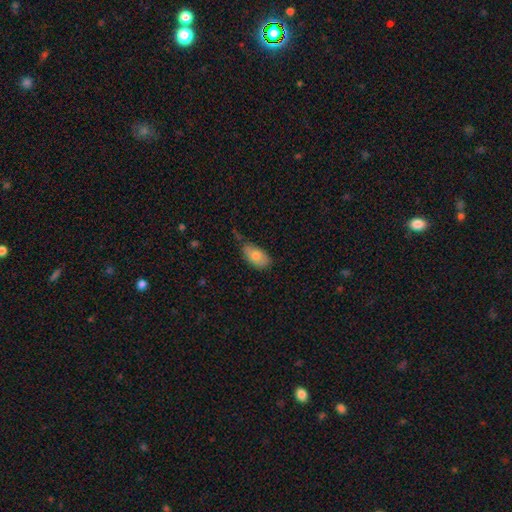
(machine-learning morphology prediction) smooth 80%, featured or disk 13%, star or artifact 7%. Down the decision tree: how rounded — in between (92%); merging — none (56%).